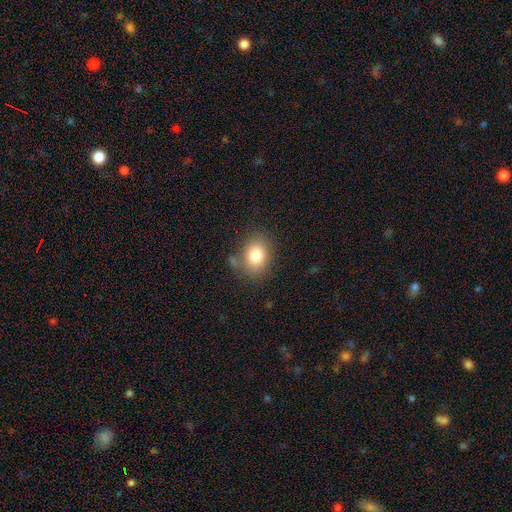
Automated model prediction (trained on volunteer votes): Morphology: type=smooth (81%); roundness=in between (60%); merging=none (72%).